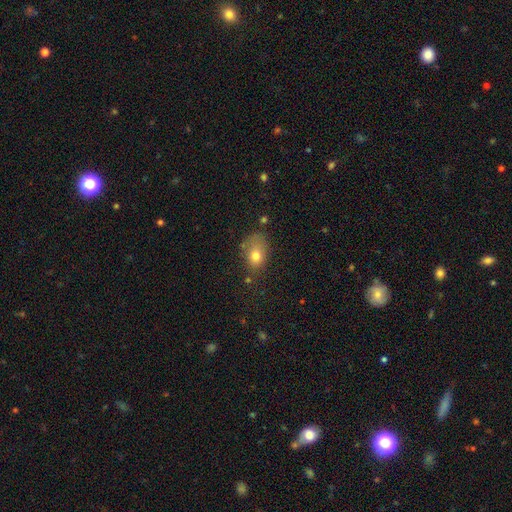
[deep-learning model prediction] A smooth galaxy with no disk features (75%) that is in between round and cigar-shaped (75%).

Vote fractions:
- Smooth or featured? smooth: 75% / featured or disk: 14% / star or artifact: 10%
- How rounded? in between: 75% / round: 23% / cigar-shaped: 1%
- Merging? none: 45% / minor disturbance: 31% / major disturbance: 18% / merger: 7%